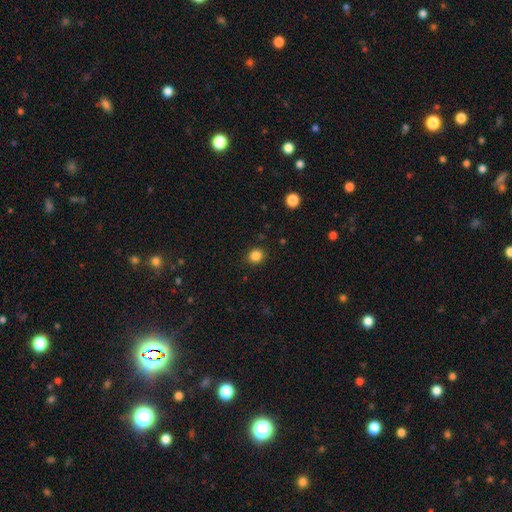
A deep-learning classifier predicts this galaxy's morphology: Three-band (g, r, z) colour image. It shows a smooth galaxy with no disk features (85%) that is round (75%). Merging: none (90%).